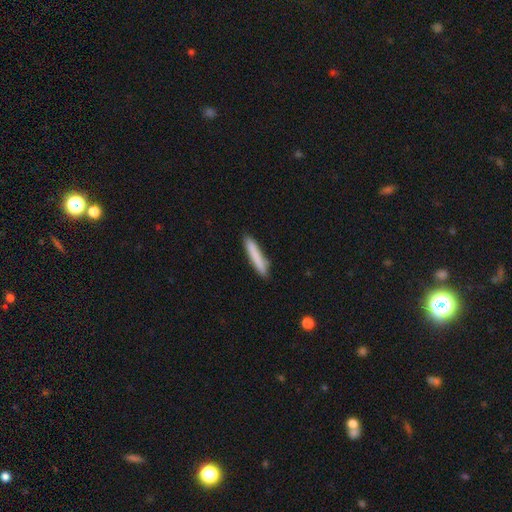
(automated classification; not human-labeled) Q: Smooth or featured?
A: smooth (81%); runner-up: featured or disk (13%)
Q: How rounded?
A: cigar-shaped (93%); runner-up: in between (5%)
Q: Merging?
A: none (88%); runner-up: minor disturbance (9%)